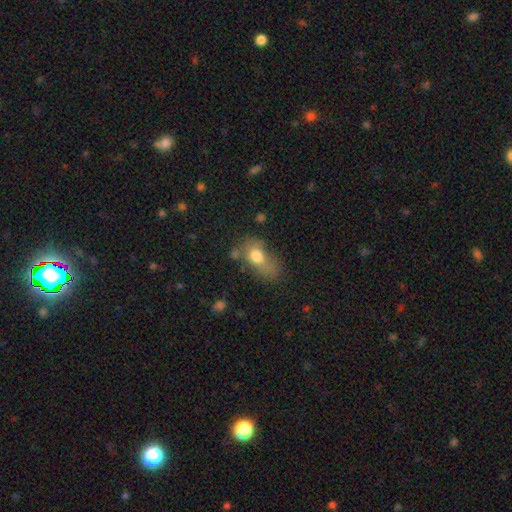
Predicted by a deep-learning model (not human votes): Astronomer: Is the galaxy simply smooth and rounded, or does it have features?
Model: smooth — 71%.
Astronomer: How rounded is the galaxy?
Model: in between — 79%.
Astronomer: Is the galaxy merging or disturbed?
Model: none — 33% (runner-up: minor disturbance, 31%).